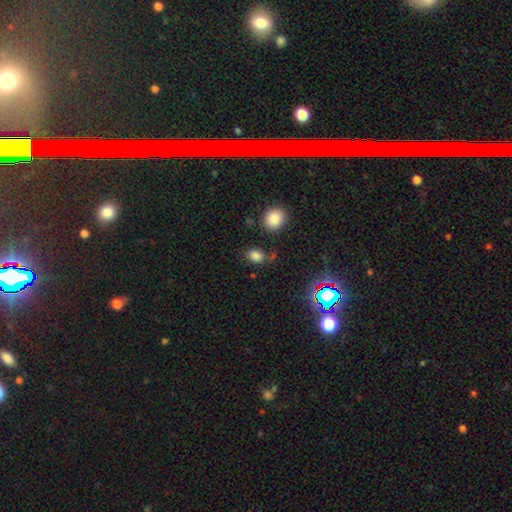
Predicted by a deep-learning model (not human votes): A smooth galaxy with no disk features (80%) that is in between round and cigar-shaped (61%).

Vote fractions:
- Smooth or featured? smooth: 80% / star or artifact: 16% / featured or disk: 5%
- How rounded? in between: 61% / round: 37% / cigar-shaped: 1%
- Merging? none: 70% / minor disturbance: 16% / merger: 8% / major disturbance: 6%